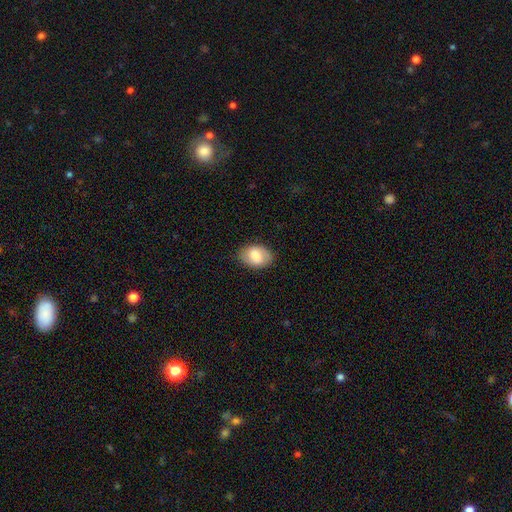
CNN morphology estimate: This appears to be a smooth galaxy with no disk features (76%) that is in between round and cigar-shaped (85%). Merging: none (82%).